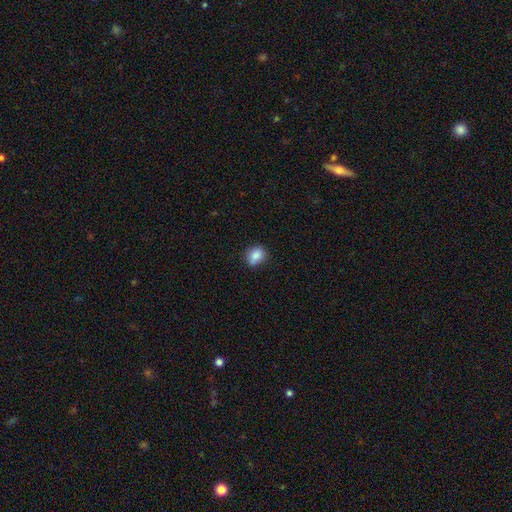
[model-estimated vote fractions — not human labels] The model was most divided on "how rounded": in between: 50%, round: 48%, cigar-shaped: 1%. More confident: smooth or featured — smooth (86%); merging — none (74%).